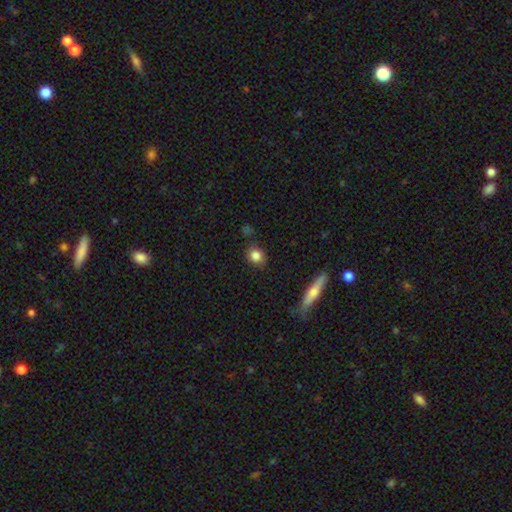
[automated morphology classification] Smooth or featured?
  - smooth: 83% *
  - star or artifact: 10%
  - featured or disk: 7%
How rounded?
  - round: 63% *
  - in between: 35%
  - cigar-shaped: 2%
Merging?
  - none: 83% *
  - minor disturbance: 12%
  - major disturbance: 3%
  - merger: 3%